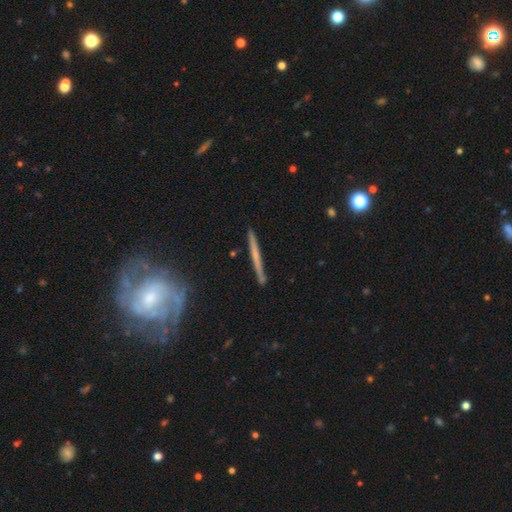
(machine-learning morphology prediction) smooth_or_featured: featured or disk (p=0.54) [alt: smooth p=0.39]
disk_edge_on: yes (p=0.95) [alt: no p=0.05]
edge_on_bulge: none (p=0.77) [alt: rounded p=0.17]
merging: none (p=0.88) [alt: minor disturbance p=0.08]